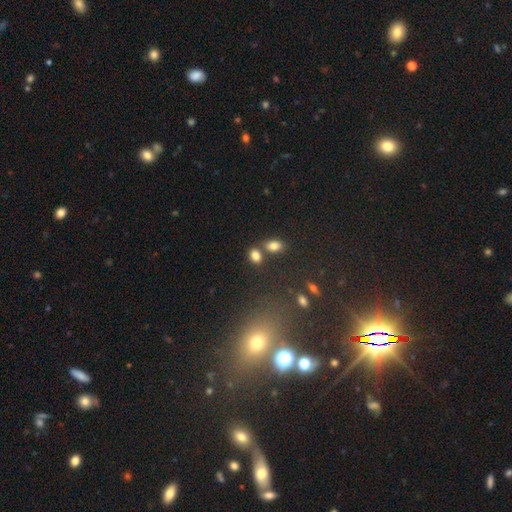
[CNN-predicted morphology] A smooth galaxy with no disk features (81%) that is in between round and cigar-shaped (73%). Merging: none (58%).